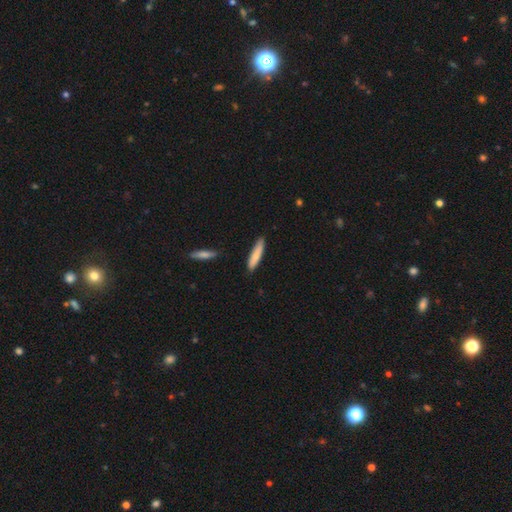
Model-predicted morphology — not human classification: The model was most divided on "smooth or featured": smooth: 77%, featured or disk: 17%, star or artifact: 6%. More confident: merging — none (84%); how rounded — cigar-shaped (80%).